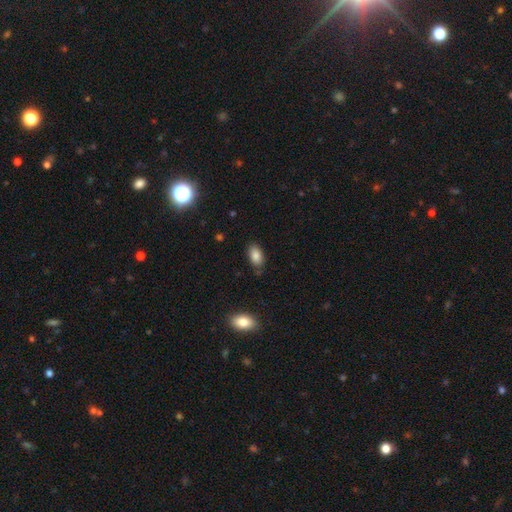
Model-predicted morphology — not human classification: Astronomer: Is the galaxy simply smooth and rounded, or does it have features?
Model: smooth — 85%.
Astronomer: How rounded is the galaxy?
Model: in between — 92%.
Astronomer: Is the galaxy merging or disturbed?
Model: none — 80%.